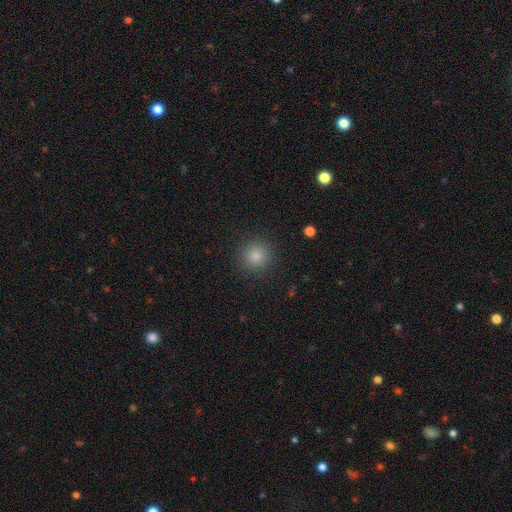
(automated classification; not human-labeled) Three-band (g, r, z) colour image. It shows a smooth galaxy with no disk features (81%) that is round (95%). Merging: none (91%).